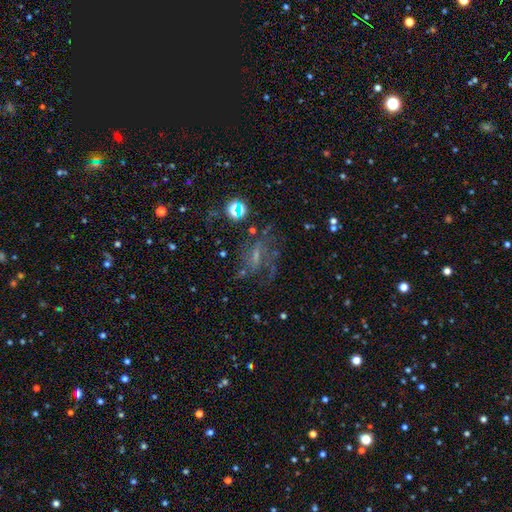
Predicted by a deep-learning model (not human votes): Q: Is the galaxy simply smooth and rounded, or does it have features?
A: featured or disk — 59%.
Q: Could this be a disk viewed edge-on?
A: no — 94%.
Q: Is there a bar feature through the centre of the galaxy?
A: weak — 46%.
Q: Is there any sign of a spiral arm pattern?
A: yes — 78%.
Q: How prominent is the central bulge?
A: small — 47%.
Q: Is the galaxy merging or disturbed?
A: none — 52%.